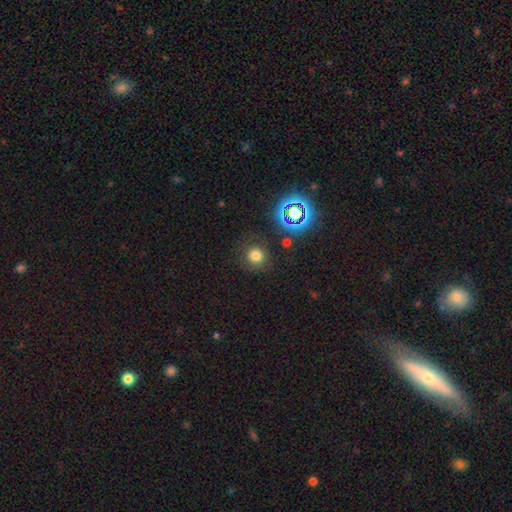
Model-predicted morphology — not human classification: Smooth or featured? smooth (73%)
How rounded? round (92%)
Merging? none (85%)